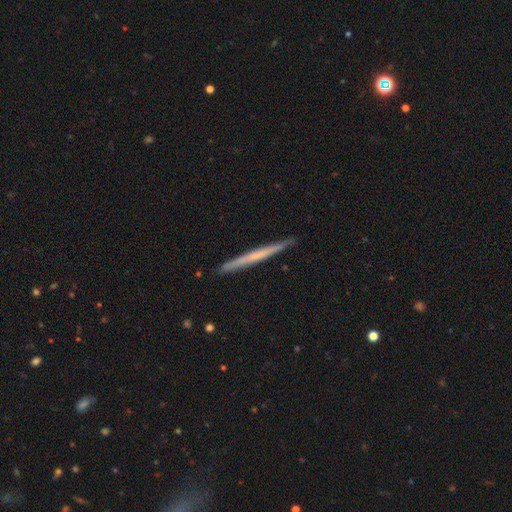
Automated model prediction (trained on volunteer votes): Q: Smooth or featured?
A: featured or disk (52%); runner-up: smooth (42%)
Q: Edge-on disk?
A: yes (97%); runner-up: no (3%)
Q: Edge-on bulge?
A: none (83%); runner-up: rounded (12%)
Q: Merging?
A: none (91%); runner-up: minor disturbance (6%)